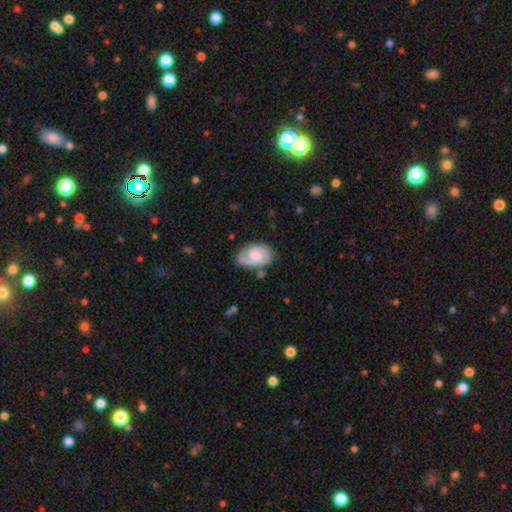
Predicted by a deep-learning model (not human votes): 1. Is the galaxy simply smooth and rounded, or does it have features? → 57% featured or disk, 37% smooth, 6% star or artifact.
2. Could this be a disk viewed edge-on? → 96% no, 4% yes.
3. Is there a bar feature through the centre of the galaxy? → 51% no, 42% weak, 7% strong.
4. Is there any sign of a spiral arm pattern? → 83% yes, 17% no.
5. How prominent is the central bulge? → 56% moderate, 20% small, 17% large, 5% none, 2% dominant.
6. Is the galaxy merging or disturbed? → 67% none, 23% minor disturbance, 6% major disturbance, 3% merger.